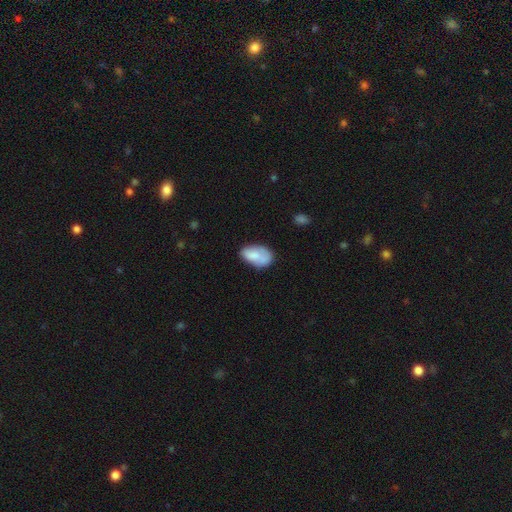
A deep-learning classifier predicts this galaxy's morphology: Smooth or featured? Predicted: smooth (p=0.73). How rounded? Predicted: in between (p=0.92). Merging? Predicted: none (p=0.50).